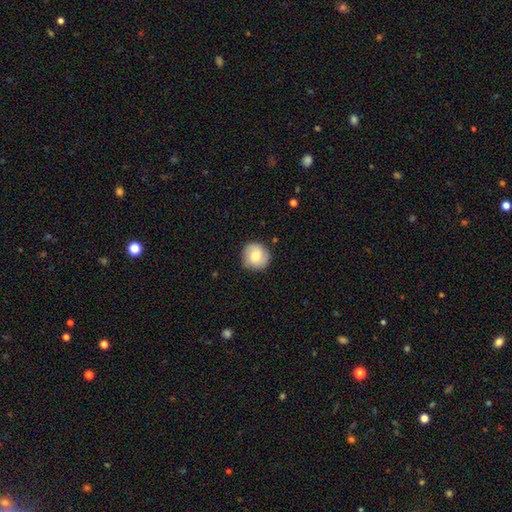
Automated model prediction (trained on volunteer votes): Smooth or featured? smooth (73%)
How rounded? round (92%)
Merging? none (87%)